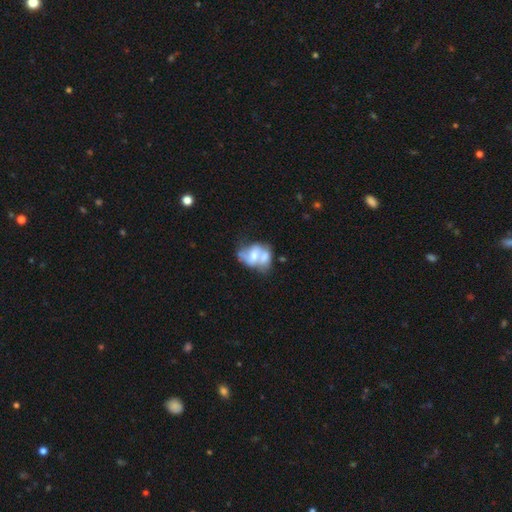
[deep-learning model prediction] Smooth or featured: featured or disk — 50% (smooth — 42%)
Edge-on disk: no — 96% (yes — 4%)
Merging: merger — 62% (none — 16%)